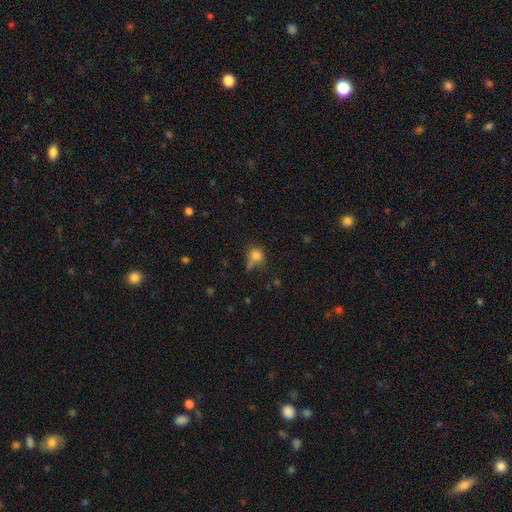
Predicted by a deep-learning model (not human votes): Q: Smooth or featured?
A: smooth (79%); runner-up: star or artifact (13%)
Q: How rounded?
A: round (74%); runner-up: in between (24%)
Q: Merging?
A: none (49%); runner-up: minor disturbance (25%)